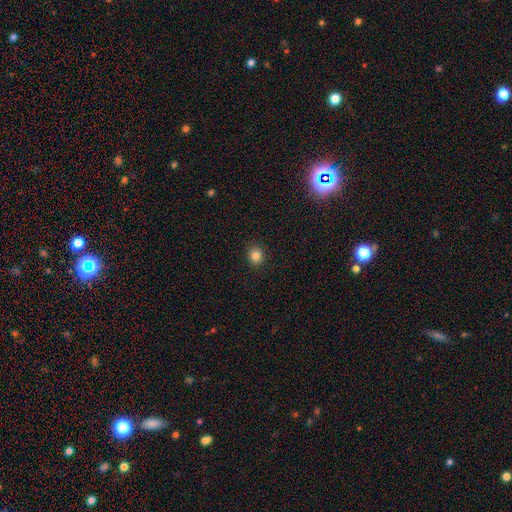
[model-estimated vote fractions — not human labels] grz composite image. It shows a smooth galaxy with no disk features (83%) that is round (85%). Merging: none (92%).